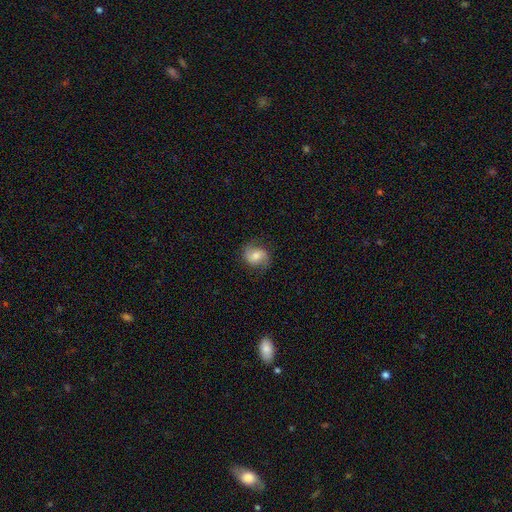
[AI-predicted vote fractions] Overall: smooth (46%; featured or disk 45%). Merging: none (75%).